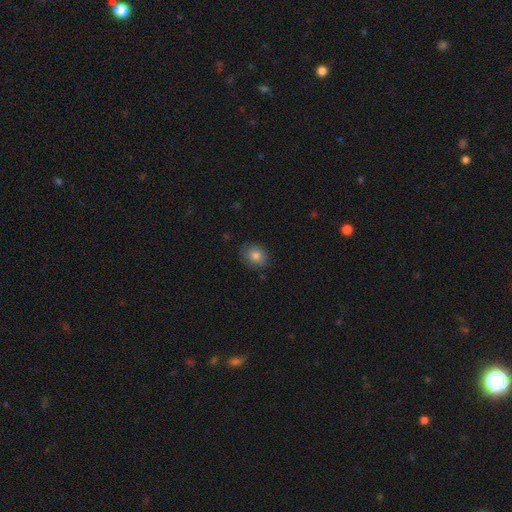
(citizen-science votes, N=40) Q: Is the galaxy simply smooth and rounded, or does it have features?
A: smooth — 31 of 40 (78%).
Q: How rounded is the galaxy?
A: round — 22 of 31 (71%).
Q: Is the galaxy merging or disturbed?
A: none — 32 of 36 (89%).